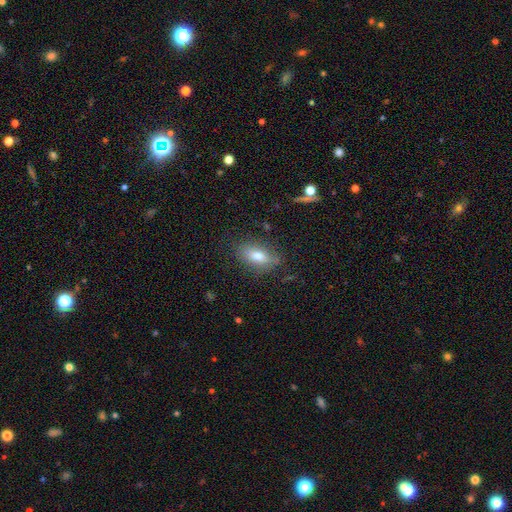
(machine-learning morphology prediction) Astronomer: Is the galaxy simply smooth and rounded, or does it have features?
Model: smooth — 73%.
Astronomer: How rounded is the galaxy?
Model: in between — 84%.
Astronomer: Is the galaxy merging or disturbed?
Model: none — 79%.